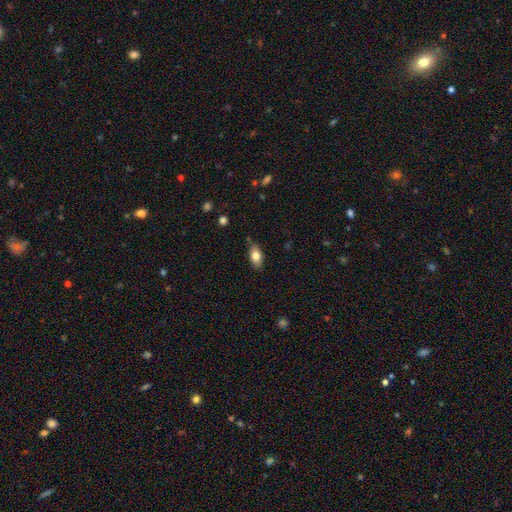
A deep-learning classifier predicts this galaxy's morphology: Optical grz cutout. It shows a smooth galaxy with no disk features (80%) that is in between round and cigar-shaped (89%). Merging: none (76%).